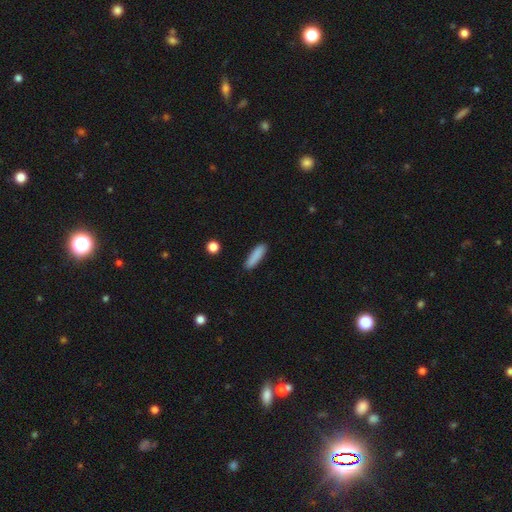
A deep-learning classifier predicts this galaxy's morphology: A smooth galaxy with no disk features (87%) that is cigar-shaped (72%).

Vote fractions:
- Smooth or featured? smooth: 87% / star or artifact: 7% / featured or disk: 6%
- How rounded? cigar-shaped: 72% / in between: 27% / round: 2%
- Merging? none: 87% / minor disturbance: 10% / major disturbance: 2% / merger: 2%